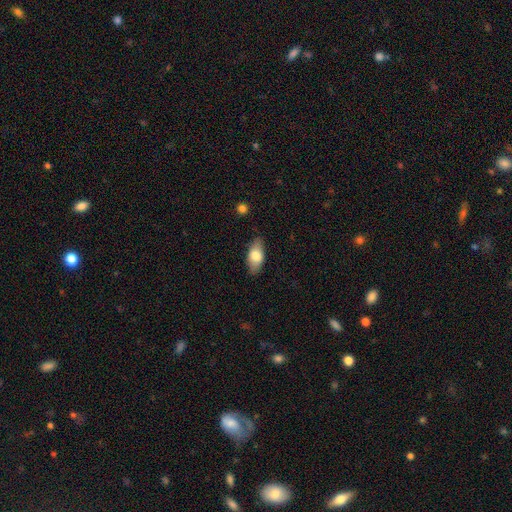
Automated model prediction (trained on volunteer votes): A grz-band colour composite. It shows a smooth galaxy with no disk features (71%) that is in between round and cigar-shaped (88%). Merging: none (82%).